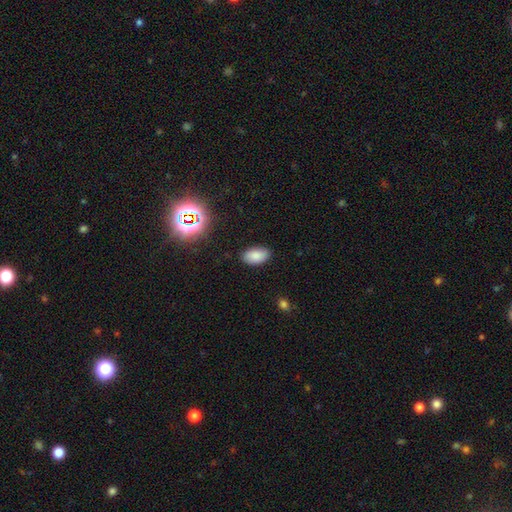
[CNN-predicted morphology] This appears to be a smooth galaxy with no disk features (83%) that is in between round and cigar-shaped (93%). Merging: none (86%).